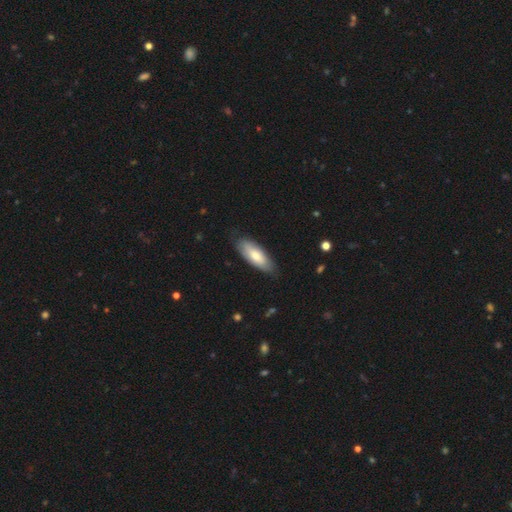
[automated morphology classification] A smooth galaxy with no disk features (72%) that is in between round and cigar-shaped (72%). Merging: none (80%).